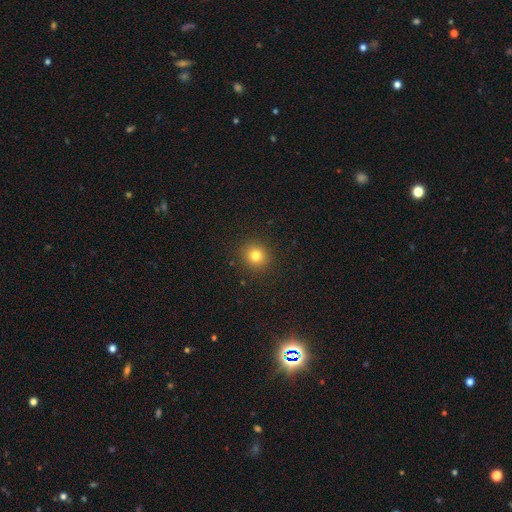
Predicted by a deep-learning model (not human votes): The model was most divided on "smooth or featured": smooth: 80%, star or artifact: 14%, featured or disk: 7%. More confident: merging — none (90%); how rounded — round (88%).